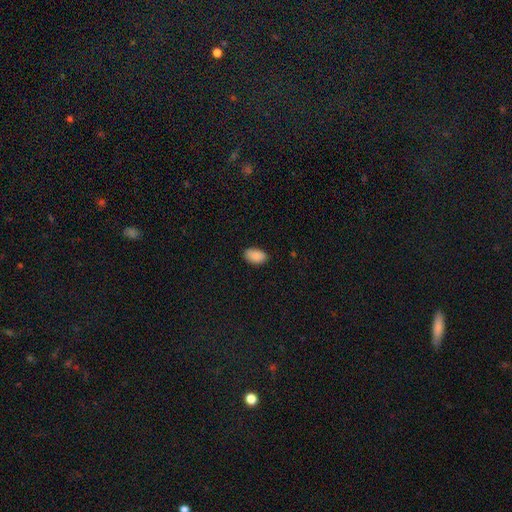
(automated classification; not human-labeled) A smooth galaxy with no disk features (89%) that is in between round and cigar-shaped (93%). Merging: none (84%).